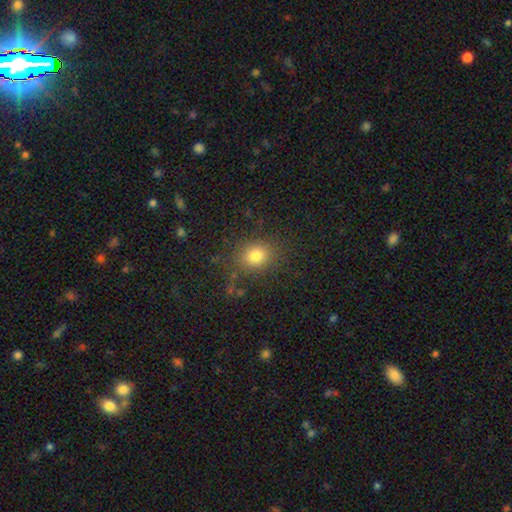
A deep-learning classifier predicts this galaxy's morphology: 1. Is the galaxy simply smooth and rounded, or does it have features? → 79% smooth, 14% star or artifact, 7% featured or disk.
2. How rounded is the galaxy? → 66% round, 32% in between, 1% cigar-shaped.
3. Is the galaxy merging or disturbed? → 81% none, 11% minor disturbance, 5% major disturbance, 2% merger.